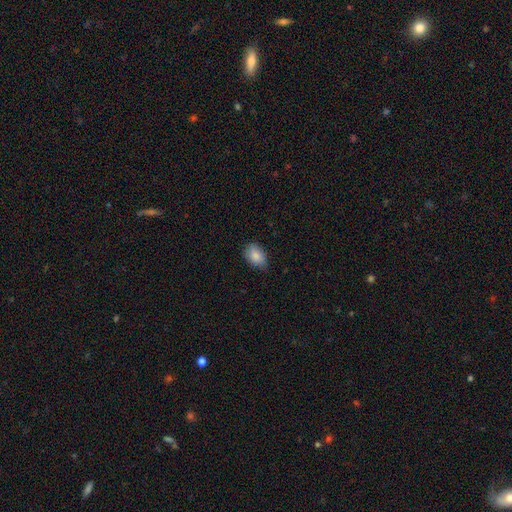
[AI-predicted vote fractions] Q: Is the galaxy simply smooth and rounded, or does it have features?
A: smooth — 87%.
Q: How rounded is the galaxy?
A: in between — 87%.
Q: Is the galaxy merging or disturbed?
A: none — 71%.